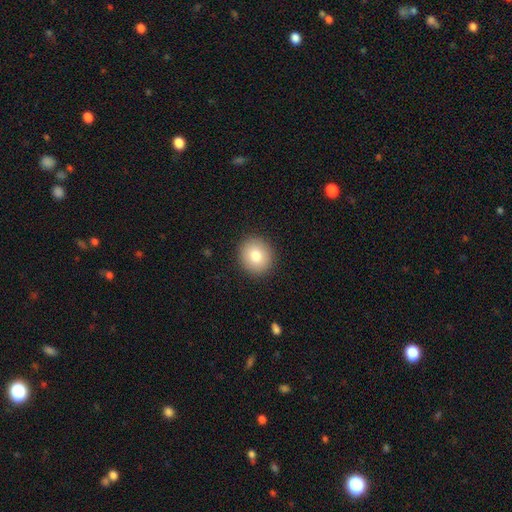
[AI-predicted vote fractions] A smooth galaxy with no disk features (80%) that is round (87%).

Vote fractions:
- Smooth or featured? smooth: 80% / featured or disk: 11% / star or artifact: 9%
- How rounded? round: 87% / in between: 12% / cigar-shaped: 1%
- Merging? none: 91% / minor disturbance: 6% / major disturbance: 2% / merger: 1%